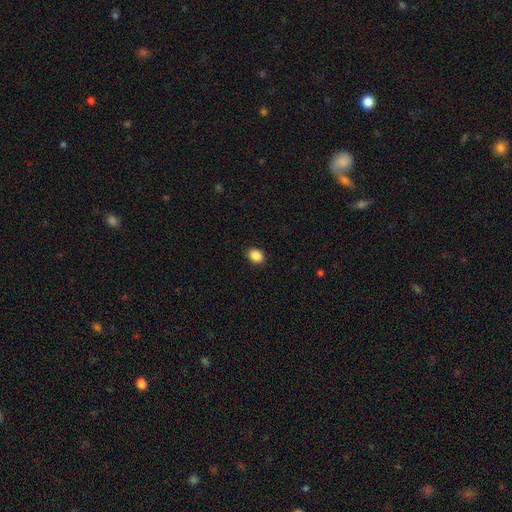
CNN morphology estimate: Smooth or featured: smooth — 88% (star or artifact — 9%)
How rounded: in between — 66% (round — 33%)
Merging: none — 90% (minor disturbance — 7%)